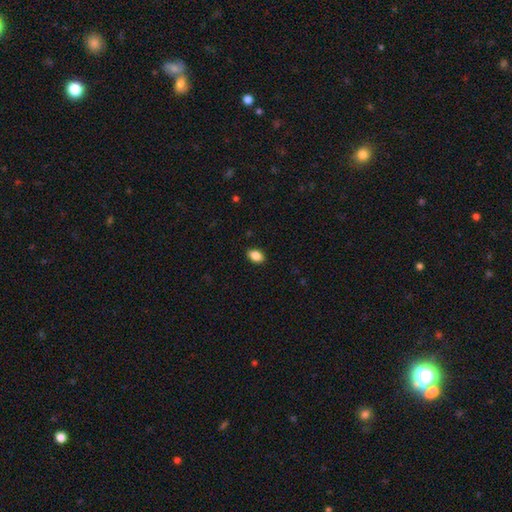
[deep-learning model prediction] Smooth or featured?
  - smooth: 86% *
  - star or artifact: 8%
  - featured or disk: 5%
How rounded?
  - in between: 84% *
  - round: 14%
  - cigar-shaped: 1%
Merging?
  - none: 89% *
  - minor disturbance: 8%
  - major disturbance: 2%
  - merger: 1%